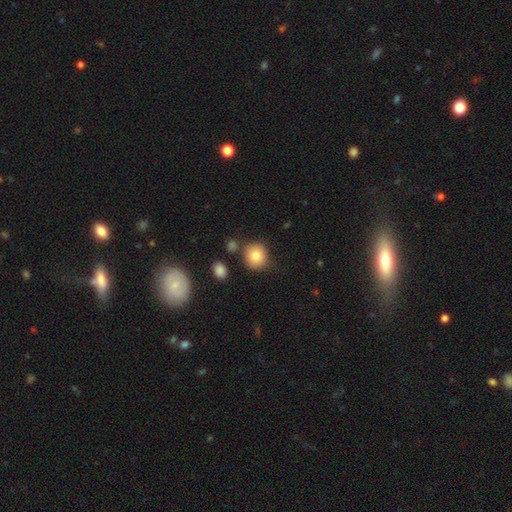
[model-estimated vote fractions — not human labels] Smooth or featured: smooth — 82% (star or artifact — 9%)
How rounded: round — 84% (in between — 15%)
Merging: none — 77% (minor disturbance — 13%)